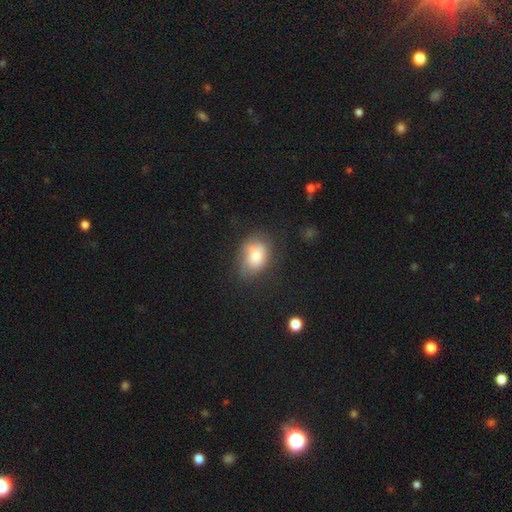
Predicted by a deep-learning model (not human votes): Morphology: type=smooth (67%); roundness=in between (71%); merging=none (54%).